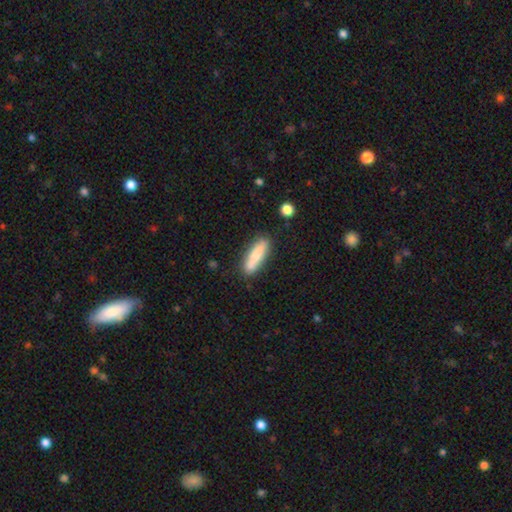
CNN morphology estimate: Q: Smooth or featured?
A: smooth (75%); runner-up: featured or disk (19%)
Q: How rounded?
A: cigar-shaped (70%); runner-up: in between (28%)
Q: Merging?
A: none (79%); runner-up: minor disturbance (13%)